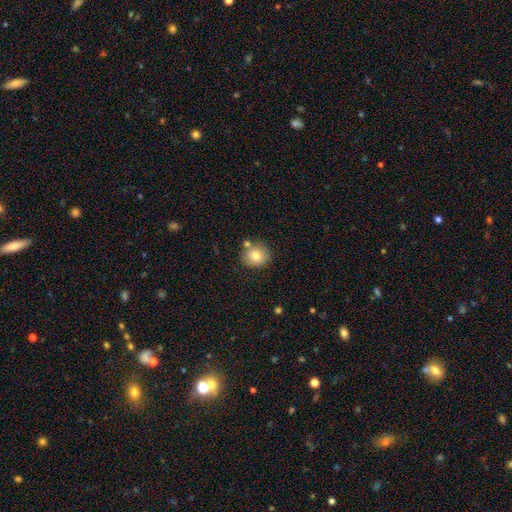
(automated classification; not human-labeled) smooth 78%, featured or disk 12%, star or artifact 10%. Down the decision tree: how rounded — round (84%); merging — none (72%).